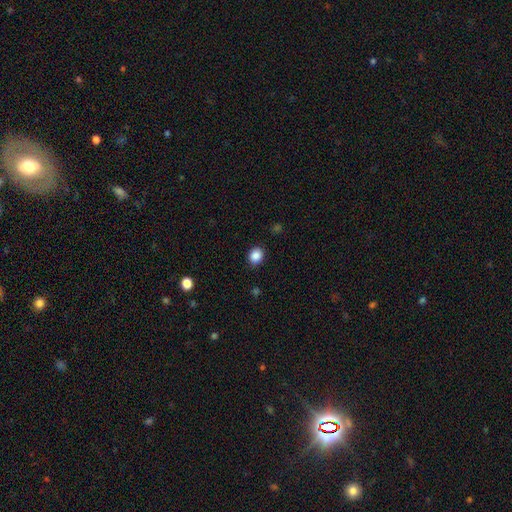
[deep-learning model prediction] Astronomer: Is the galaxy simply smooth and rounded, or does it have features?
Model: smooth — 87%.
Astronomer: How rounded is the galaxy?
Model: round — 63%.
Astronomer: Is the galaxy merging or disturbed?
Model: none — 88%.